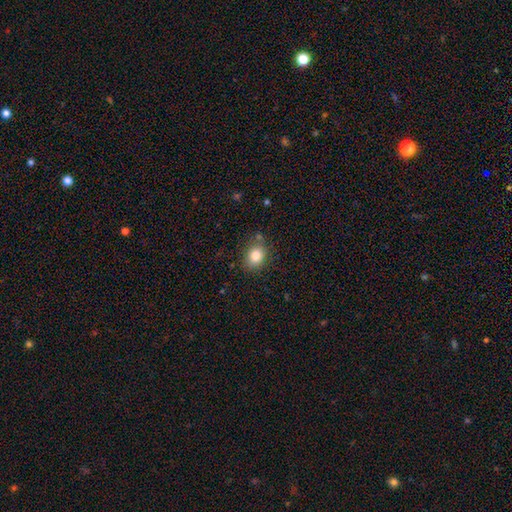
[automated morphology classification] type=smooth (82%); roundness=in between (53%); merging=none (78%).